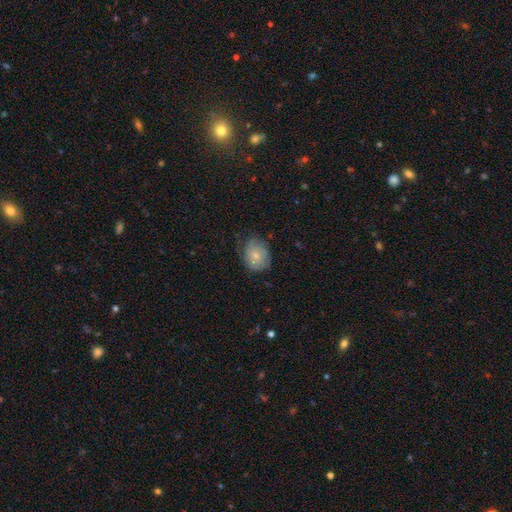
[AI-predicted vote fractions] smooth_or_featured: smooth (p=0.71) [alt: featured or disk p=0.21]
how_rounded: round (p=0.53) [alt: in between p=0.46]
merging: none (p=0.62) [alt: minor disturbance p=0.29]